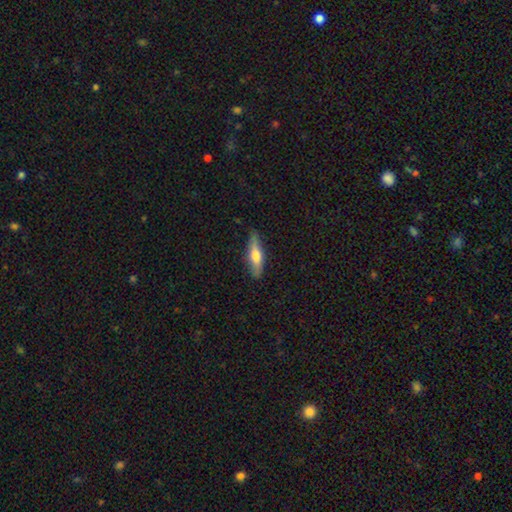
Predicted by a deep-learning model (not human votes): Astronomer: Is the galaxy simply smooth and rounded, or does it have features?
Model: smooth — 50% (runner-up: featured or disk, 44%).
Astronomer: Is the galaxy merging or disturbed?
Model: none — 81%.